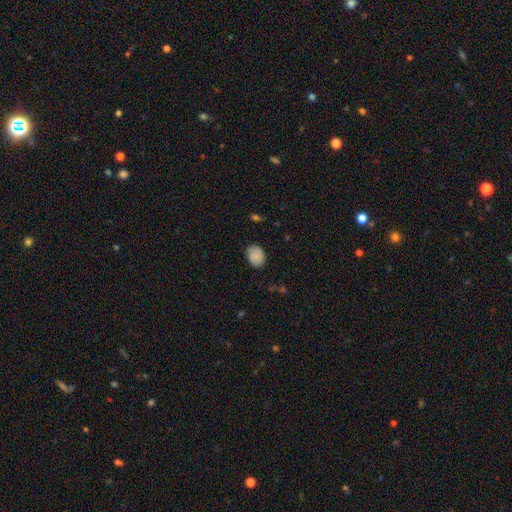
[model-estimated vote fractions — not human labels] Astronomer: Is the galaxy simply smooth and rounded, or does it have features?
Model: smooth — 83%.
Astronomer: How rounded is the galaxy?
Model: in between — 63%.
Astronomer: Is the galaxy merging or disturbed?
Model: none — 78%.